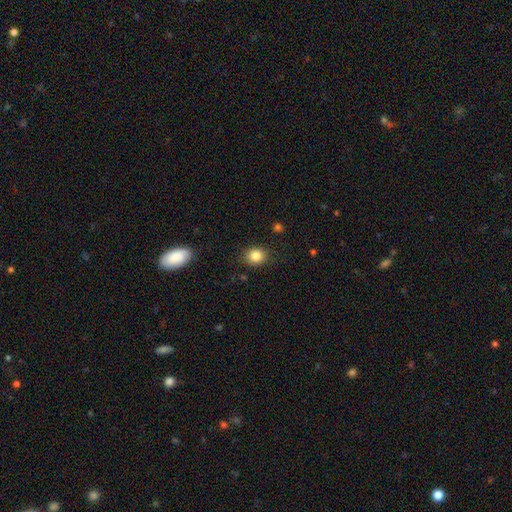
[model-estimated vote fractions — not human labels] This is clearly a smooth galaxy (85%). How rounded: likely round (67%). Merging: clearly none (86%).